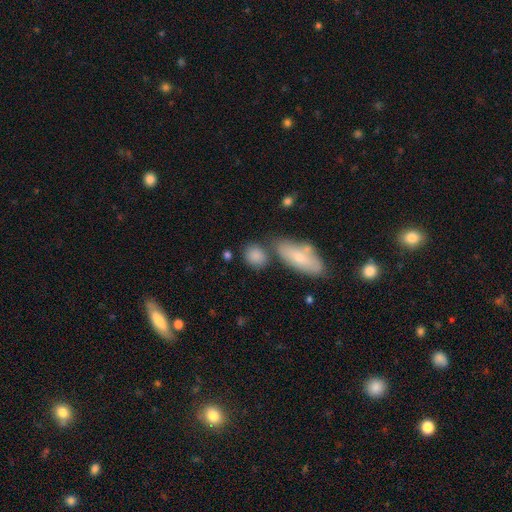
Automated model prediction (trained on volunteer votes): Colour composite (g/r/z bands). It shows a smooth galaxy with no disk features (84%) that is round (49%). Merging: none (63%).